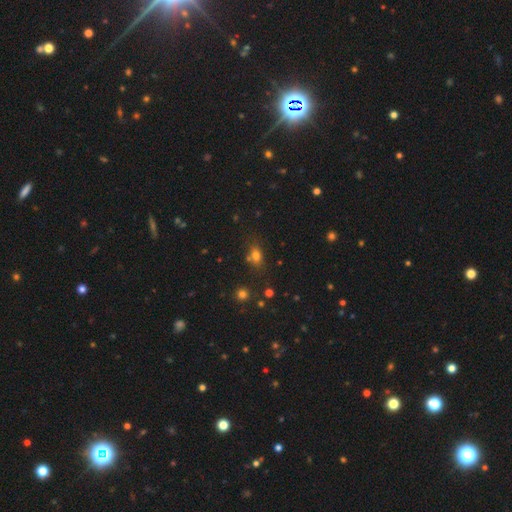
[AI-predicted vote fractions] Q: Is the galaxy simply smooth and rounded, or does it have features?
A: smooth — 74%.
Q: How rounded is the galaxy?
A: in between — 69%.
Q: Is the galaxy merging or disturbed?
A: none — 69%.